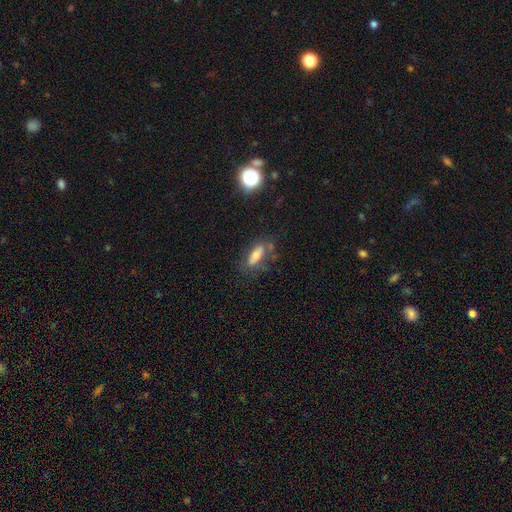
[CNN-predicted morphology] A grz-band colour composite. It shows a smooth galaxy with no disk features (62%) that is in between round and cigar-shaped (64%). Merging: none (62%).